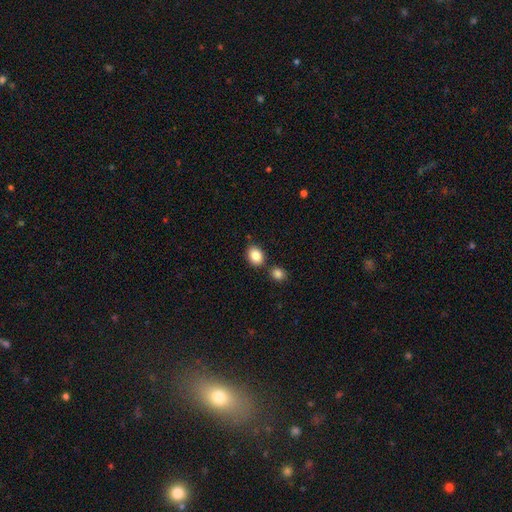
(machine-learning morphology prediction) type=smooth (86%); roundness=in between (63%); merging=none (73%).